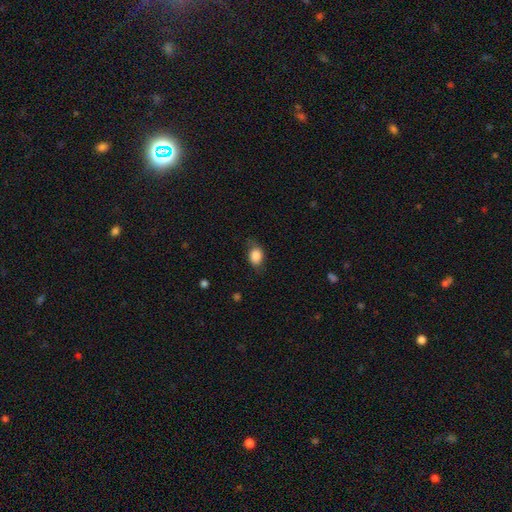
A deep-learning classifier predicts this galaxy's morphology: Overall: smooth (85%). How rounded: in between (69%). Merging: none (67%).